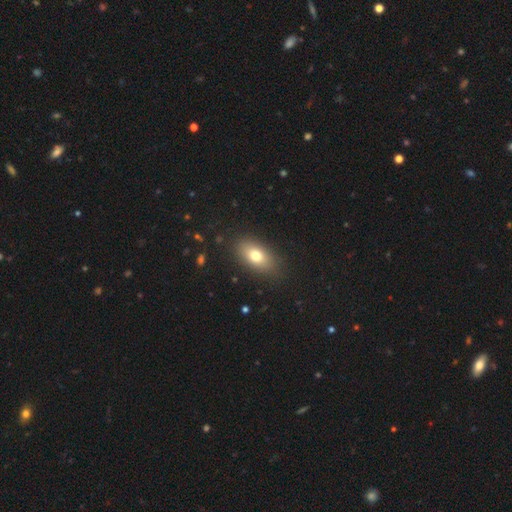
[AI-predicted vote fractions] smooth-or-featured: smooth: 74% | featured or disk: 17% | star or artifact: 9%
  how-rounded: in between: 86% | round: 9% | cigar-shaped: 6%
  merging: none: 86% | minor disturbance: 10% | major disturbance: 3% | merger: 1%